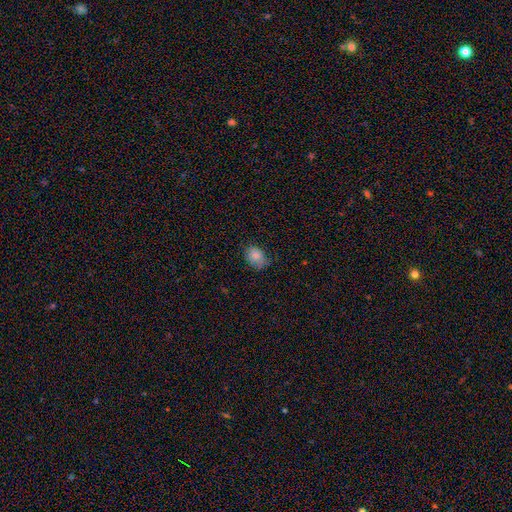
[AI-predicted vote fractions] Smooth or featured? Predicted: smooth (p=0.84). How rounded? Predicted: in between (p=0.67). Merging? Predicted: none (p=0.68).